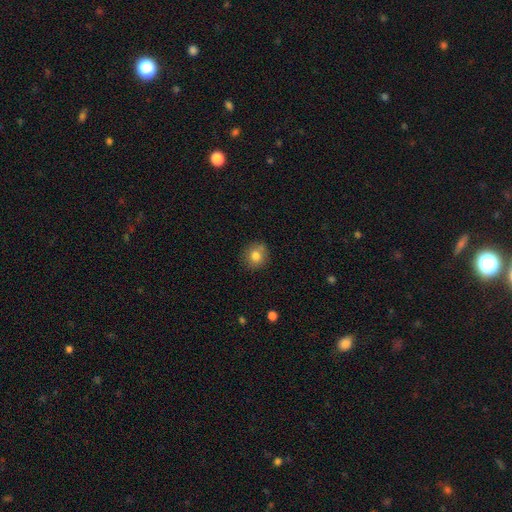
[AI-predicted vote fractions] The model was most divided on "how rounded": round: 80%, in between: 19%, cigar-shaped: 1%. More confident: merging — none (83%); smooth or featured — smooth (79%).